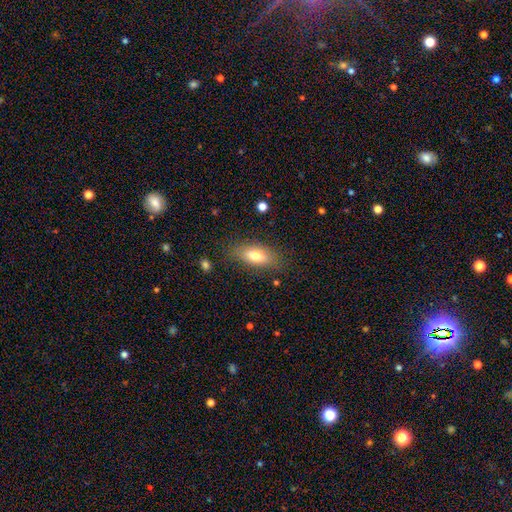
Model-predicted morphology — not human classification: smooth-or-featured: smooth: 75% | featured or disk: 17% | star or artifact: 8%
  how-rounded: in between: 80% | cigar-shaped: 16% | round: 4%
  merging: none: 81% | minor disturbance: 13% | major disturbance: 4% | merger: 2%